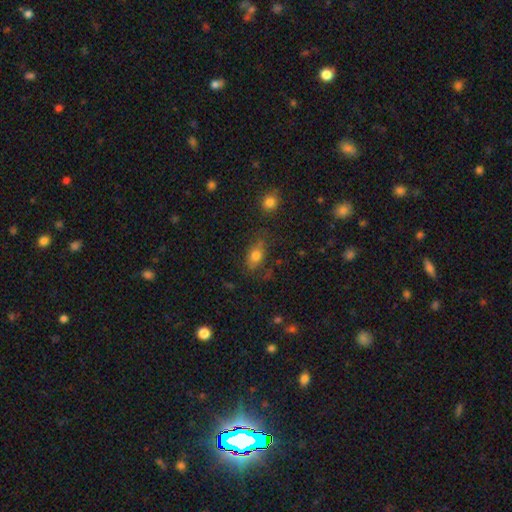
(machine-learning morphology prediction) A smooth galaxy with no disk features (77%) that is in between round and cigar-shaped (77%).

Vote fractions:
- Smooth or featured? smooth: 77% / star or artifact: 12% / featured or disk: 11%
- How rounded? in between: 77% / round: 19% / cigar-shaped: 4%
- Merging? none: 64% / minor disturbance: 20% / major disturbance: 9% / merger: 7%